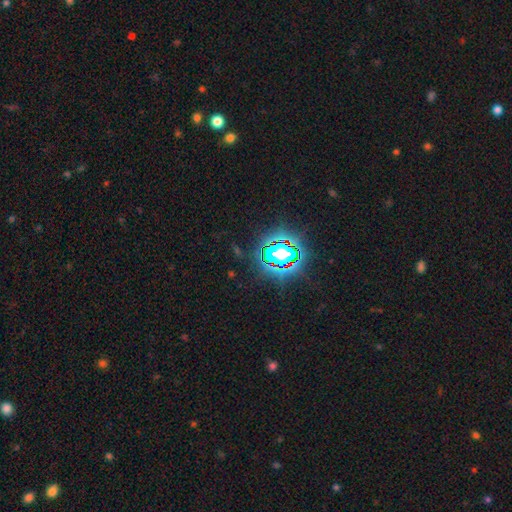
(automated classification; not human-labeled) smooth-or-featured: star or artifact: 79% | smooth: 12% | featured or disk: 9%